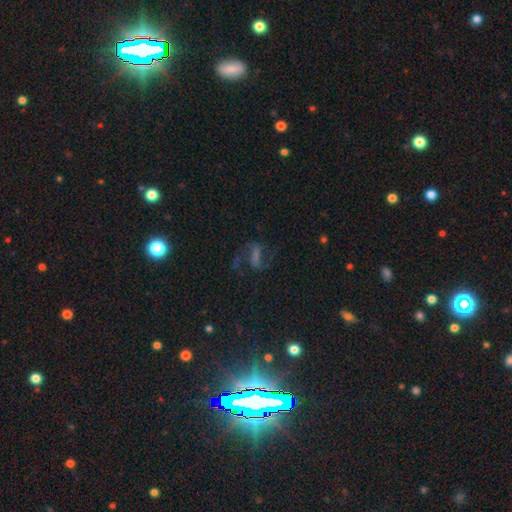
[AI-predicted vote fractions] This is possibly a featured or disk galaxy (54%). It is clearly not viewed edge-on (92%). Merging: likely none (66%).